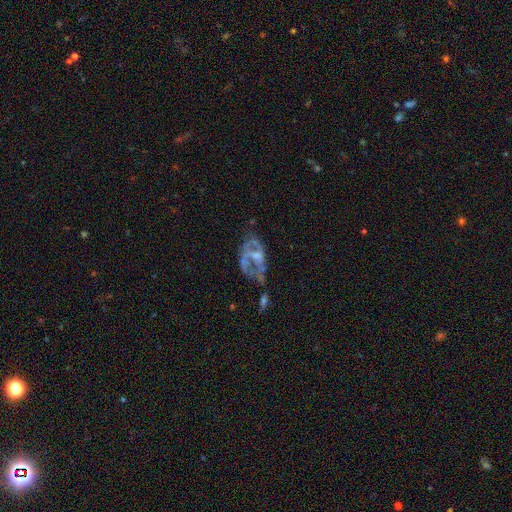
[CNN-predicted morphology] smooth-or-featured: featured or disk: 70% | smooth: 20% | star or artifact: 11%
  disk-edge-on: no: 96% | yes: 4%
    bar: no: 66% | weak: 27% | strong: 7%
    has-spiral-arms: no: 59% | yes: 41%
    bulge-size: small: 38% | moderate: 32% | none: 26% | large: 3% | dominant: 1%
  merging: major disturbance: 36% | none: 29% | minor disturbance: 20% | merger: 15%